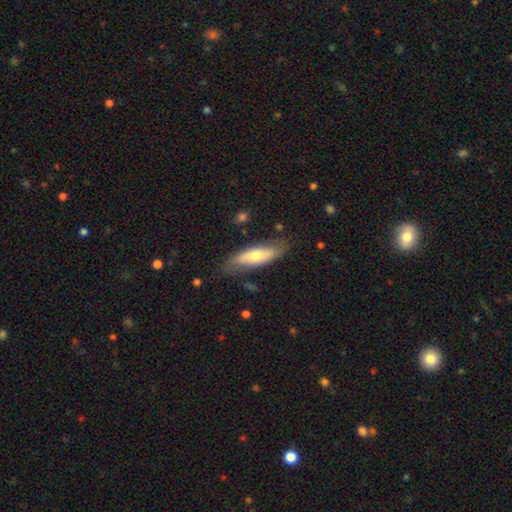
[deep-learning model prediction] Morphology: type=smooth (60%); roundness=in between (50%); merging=none (74%).